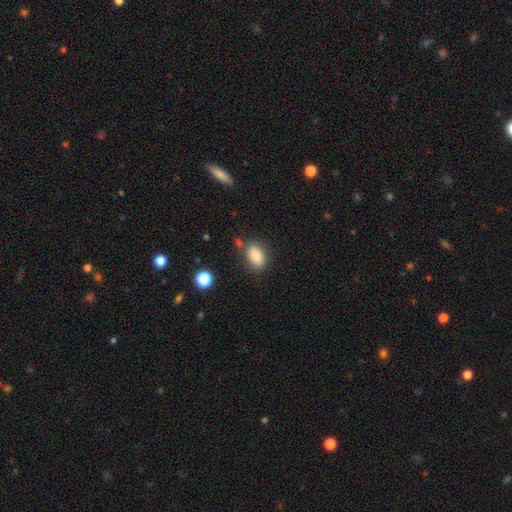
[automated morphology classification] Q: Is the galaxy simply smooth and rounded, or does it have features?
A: smooth — 85%.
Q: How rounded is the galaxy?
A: in between — 87%.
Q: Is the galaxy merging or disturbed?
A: none — 73%.